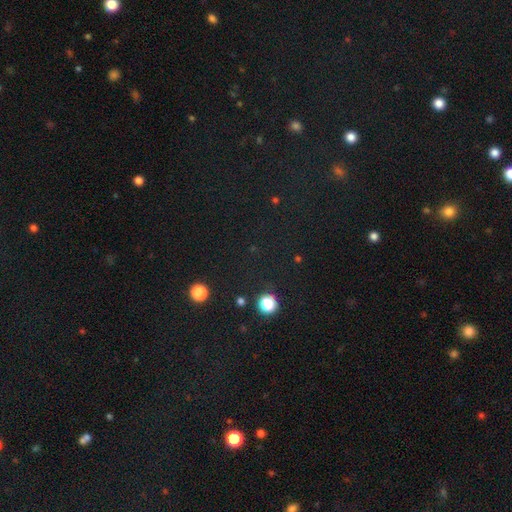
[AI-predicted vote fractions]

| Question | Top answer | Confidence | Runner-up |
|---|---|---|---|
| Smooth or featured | star or artifact | 67% | smooth (24%) |